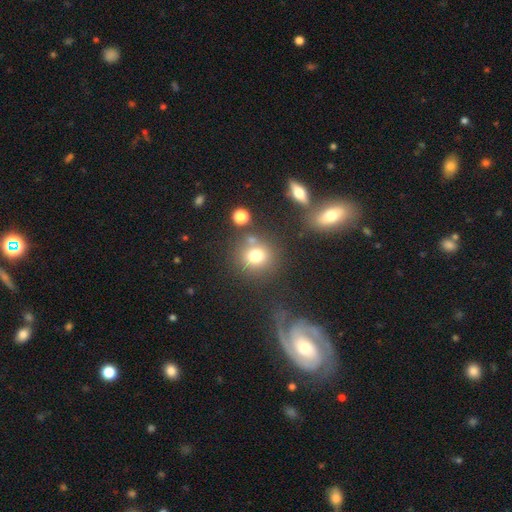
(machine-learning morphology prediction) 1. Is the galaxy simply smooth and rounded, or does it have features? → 75% smooth, 15% star or artifact, 10% featured or disk.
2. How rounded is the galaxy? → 85% round, 14% in between, 1% cigar-shaped.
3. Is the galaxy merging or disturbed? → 70% none, 13% merger, 12% minor disturbance, 6% major disturbance.